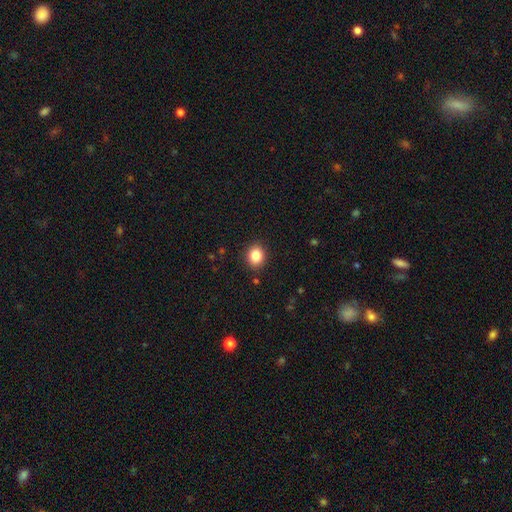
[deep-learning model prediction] A smooth galaxy with no disk features (85%) that is round (62%).

Vote fractions:
- Smooth or featured? smooth: 85% / star or artifact: 10% / featured or disk: 5%
- How rounded? round: 62% / in between: 38% / cigar-shaped: 1%
- Merging? none: 89% / minor disturbance: 7% / major disturbance: 2% / merger: 1%